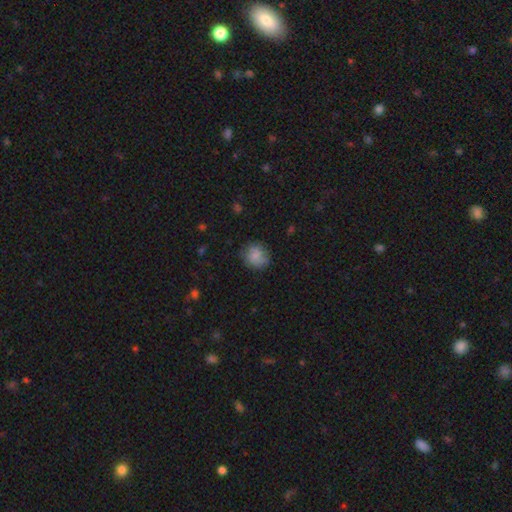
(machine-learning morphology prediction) type=smooth (78%); roundness=round (82%); merging=none (76%).